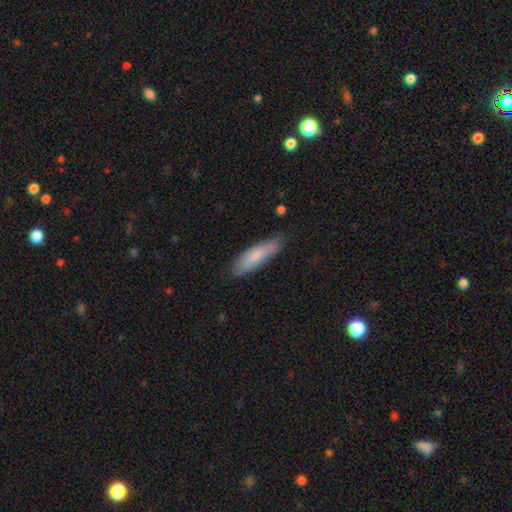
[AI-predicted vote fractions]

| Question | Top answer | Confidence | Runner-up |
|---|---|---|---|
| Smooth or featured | smooth | 77% | featured or disk (18%) |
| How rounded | cigar-shaped | 58% | in between (40%) |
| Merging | none | 71% | minor disturbance (23%) |